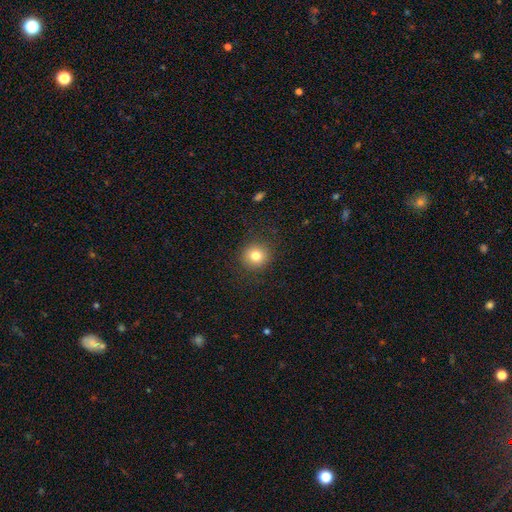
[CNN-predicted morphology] smooth-or-featured: smooth: 80% | star or artifact: 12% | featured or disk: 8%
  how-rounded: round: 92% | in between: 7% | cigar-shaped: 1%
  merging: none: 89% | minor disturbance: 7% | major disturbance: 3% | merger: 1%